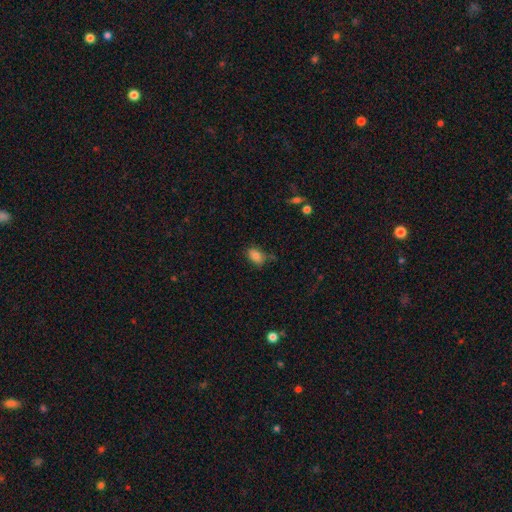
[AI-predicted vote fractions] Overall: smooth (81%). How rounded: in between (83%). Merging: none (71%).